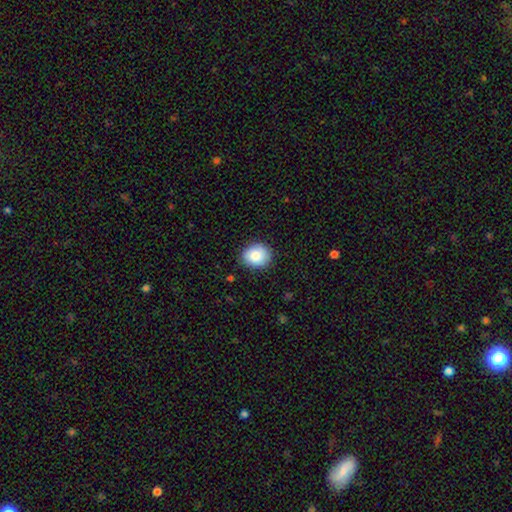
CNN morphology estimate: smooth 85%, star or artifact 8%, featured or disk 7%. Down the decision tree: how rounded — round (68%); merging — none (85%).